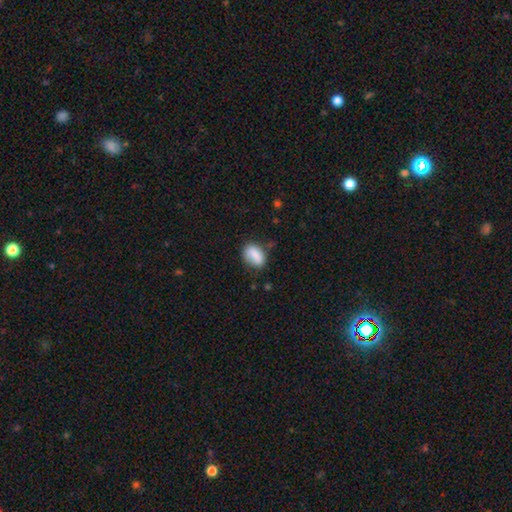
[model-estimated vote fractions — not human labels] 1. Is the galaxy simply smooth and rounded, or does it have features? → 82% smooth, 10% featured or disk, 8% star or artifact.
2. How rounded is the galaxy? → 83% in between, 14% round, 3% cigar-shaped.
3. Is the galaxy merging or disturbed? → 65% none, 25% minor disturbance, 6% major disturbance, 4% merger.